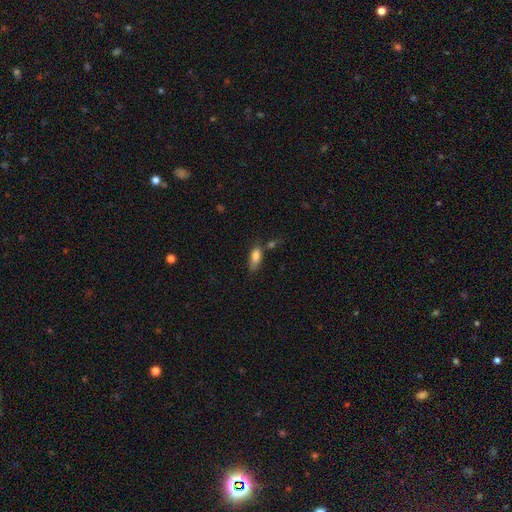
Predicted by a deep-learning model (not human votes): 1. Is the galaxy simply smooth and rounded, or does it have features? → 81% smooth, 11% featured or disk, 9% star or artifact.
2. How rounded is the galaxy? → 79% in between, 17% cigar-shaped, 4% round.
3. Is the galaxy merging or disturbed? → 48% none, 28% minor disturbance, 14% merger, 11% major disturbance.